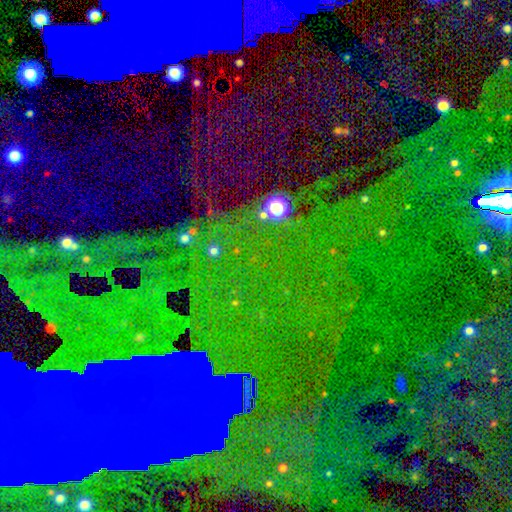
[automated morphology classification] star or artifact 71%, featured or disk 17%, smooth 13%.